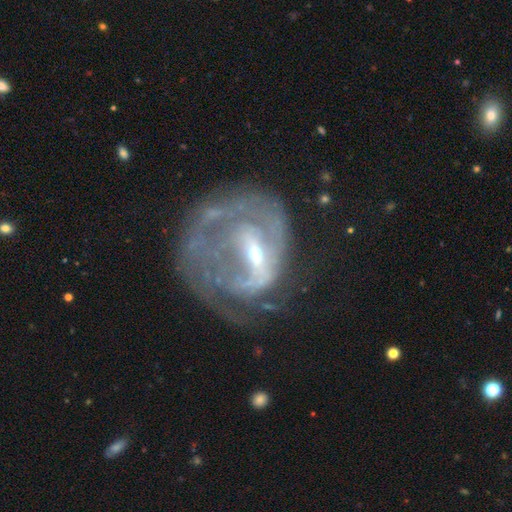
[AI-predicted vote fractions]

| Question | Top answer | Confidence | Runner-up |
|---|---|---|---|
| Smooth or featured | featured or disk | 79% | smooth (13%) |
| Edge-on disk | no | 96% | yes (4%) |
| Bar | weak | 43% | no (33%) |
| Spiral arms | yes | 72% | no (28%) |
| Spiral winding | tight | 40% | medium (36%) |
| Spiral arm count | can't tell | 33% | 1 (28%) |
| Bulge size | small | 62% | moderate (31%) |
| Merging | major disturbance | 46% | none (30%) |